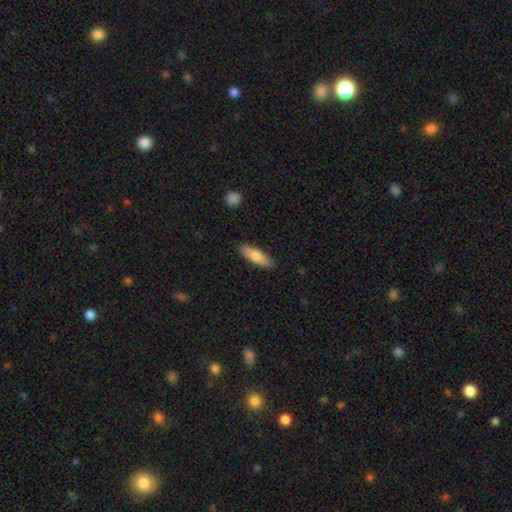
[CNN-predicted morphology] The model was most divided on "how rounded": cigar-shaped: 53%, in between: 45%, round: 2%. More confident: merging — none (87%); smooth or featured — smooth (76%).